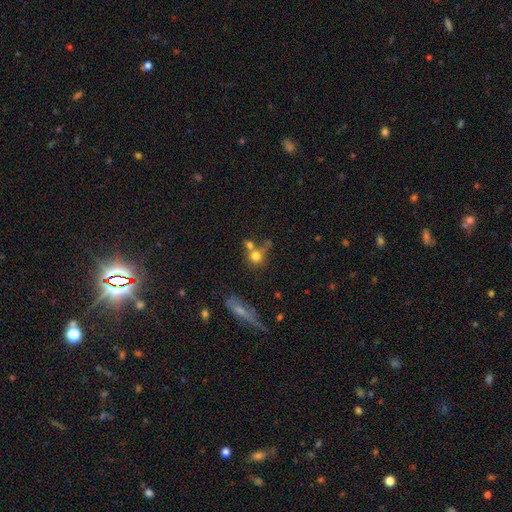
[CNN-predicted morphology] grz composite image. It shows a smooth galaxy with no disk features (73%) that is round (81%). Merging: merger (41%, tied with none).